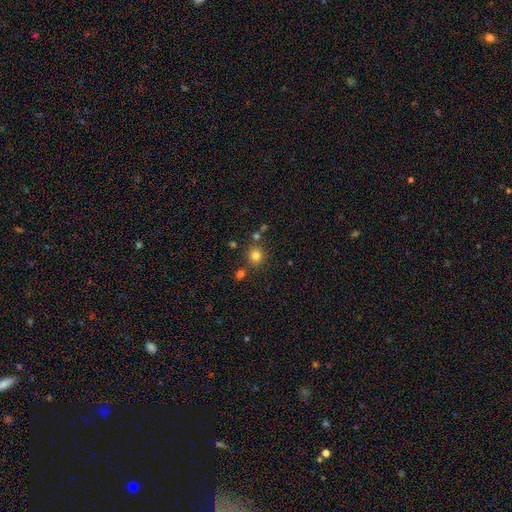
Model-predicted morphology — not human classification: This is likely a smooth galaxy (79%). How rounded: clearly round (90%). Merging: likely none (79%).